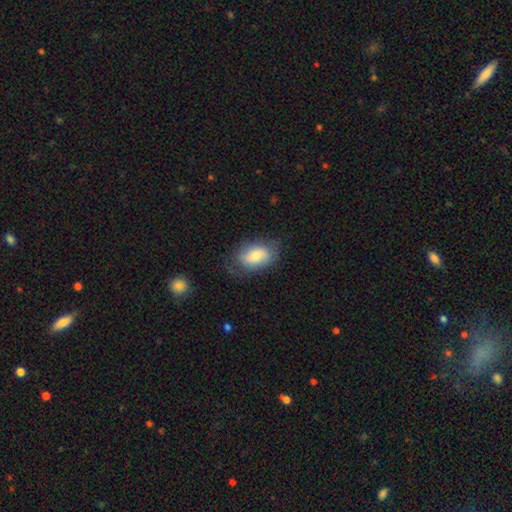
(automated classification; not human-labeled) This is likely a smooth galaxy (72%). How rounded: clearly in between (90%). Merging: likely none (62%).